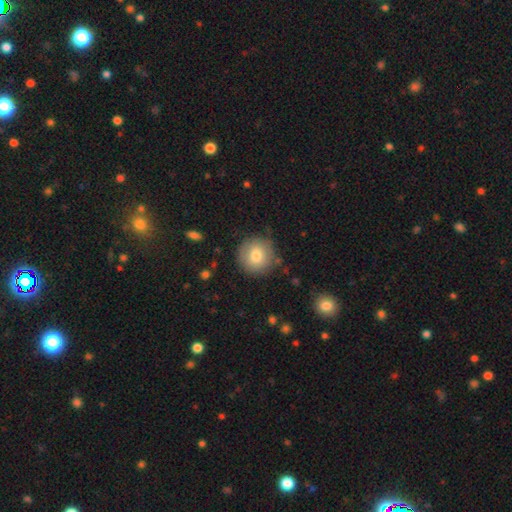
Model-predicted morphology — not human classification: A smooth galaxy with no disk features (77%) that is round (94%). Merging: none (85%).